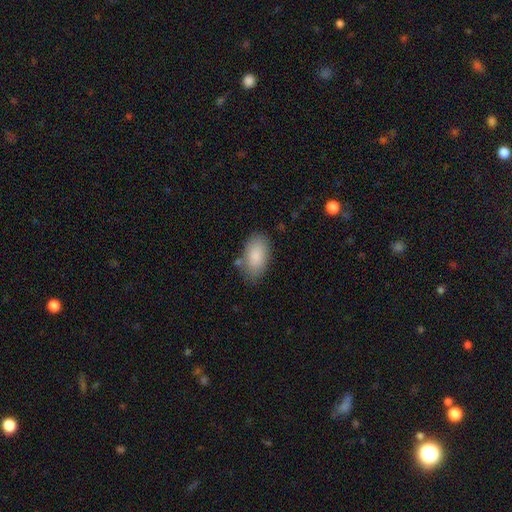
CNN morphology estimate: A smooth galaxy with no disk features (86%) that is in between round and cigar-shaped (94%). Merging: none (73%).